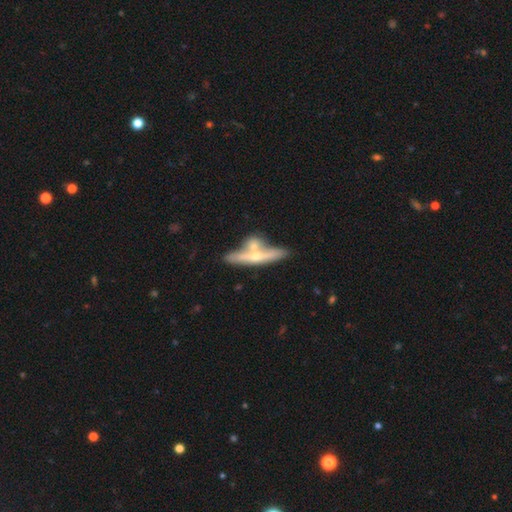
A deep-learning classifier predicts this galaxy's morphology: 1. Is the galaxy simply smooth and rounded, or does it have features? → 63% featured or disk, 31% smooth, 6% star or artifact.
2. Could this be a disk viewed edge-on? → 88% yes, 12% no.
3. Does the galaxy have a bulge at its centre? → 86% rounded, 11% none, 3% boxy.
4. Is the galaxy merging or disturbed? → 52% none, 33% merger, 12% minor disturbance, 4% major disturbance.